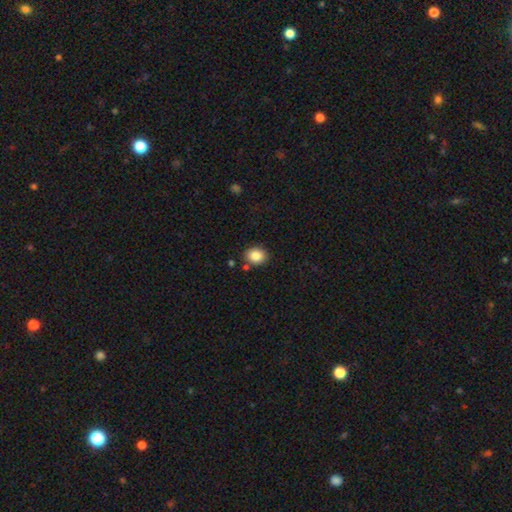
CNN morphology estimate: This is clearly a smooth galaxy (86%). How rounded: possibly round (53%). Merging: clearly none (83%).